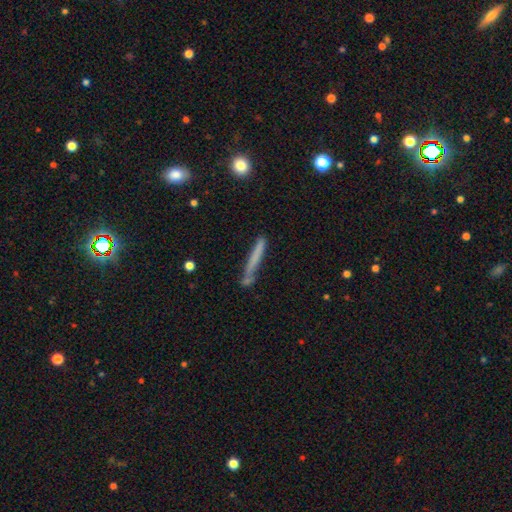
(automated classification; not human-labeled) smooth-or-featured: smooth: 63% | featured or disk: 29% | star or artifact: 8%
  how-rounded: cigar-shaped: 96% | in between: 3% | round: 2%
  merging: none: 68% | minor disturbance: 18% | merger: 9% | major disturbance: 5%